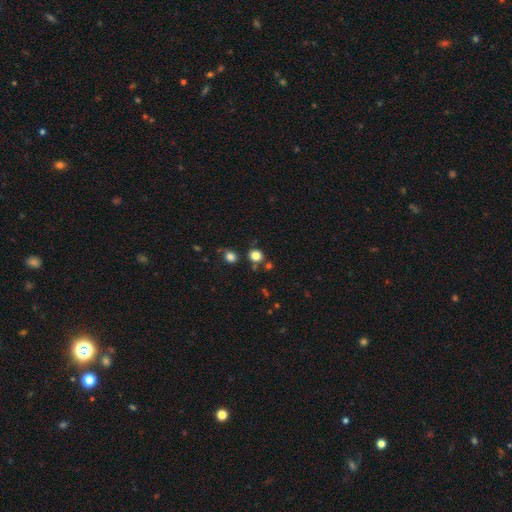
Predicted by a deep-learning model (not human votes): Smooth or featured?
  - smooth: 81% *
  - star or artifact: 14%
  - featured or disk: 5%
How rounded?
  - round: 81% *
  - in between: 18%
  - cigar-shaped: 1%
Merging?
  - none: 76% *
  - minor disturbance: 11%
  - merger: 10%
  - major disturbance: 3%